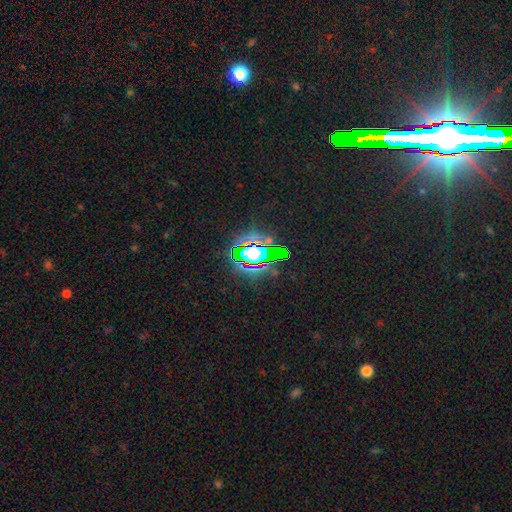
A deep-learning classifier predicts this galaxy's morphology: star or artifact 60%, smooth 24%, featured or disk 16%.